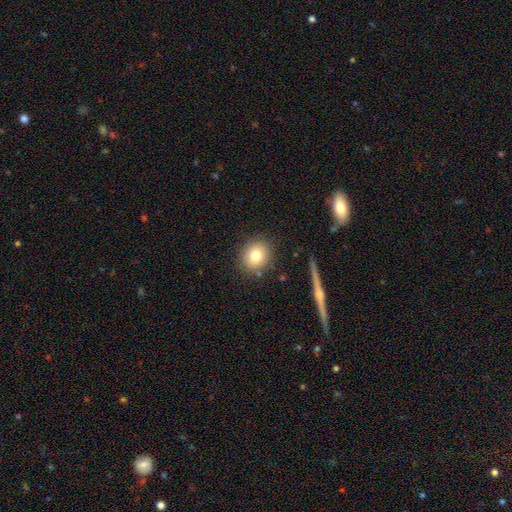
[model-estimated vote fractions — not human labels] Morphology: type=smooth (79%); roundness=round (78%); merging=none (85%).